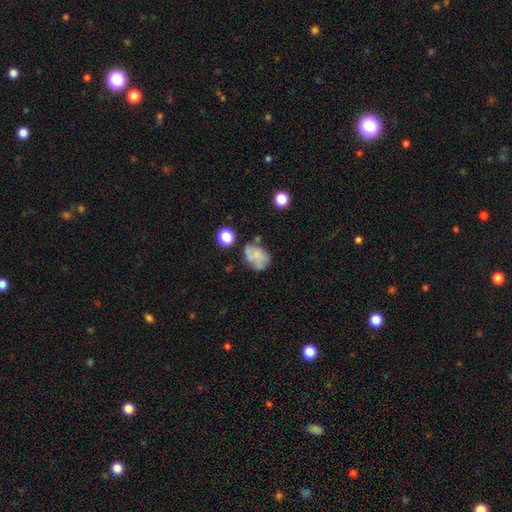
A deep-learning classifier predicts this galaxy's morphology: Overall: smooth (57%; featured or disk 32%). How rounded: in between (65%; round 34%). Merging: none (44%; minor disturbance 27%).